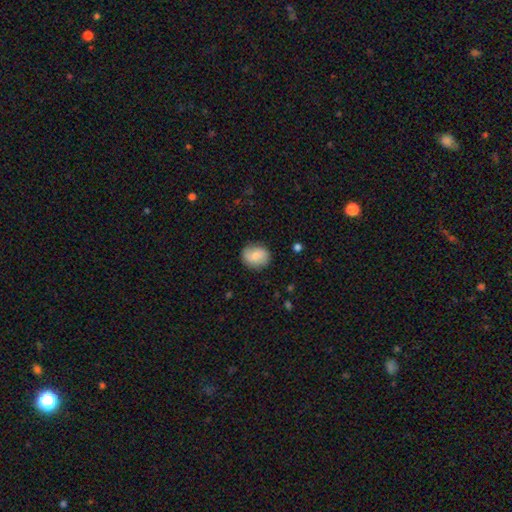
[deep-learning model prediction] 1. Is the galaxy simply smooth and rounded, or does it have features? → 73% smooth, 20% featured or disk, 7% star or artifact.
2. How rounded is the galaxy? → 61% round, 38% in between, 1% cigar-shaped.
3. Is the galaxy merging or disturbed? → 82% none, 13% minor disturbance, 3% major disturbance, 1% merger.